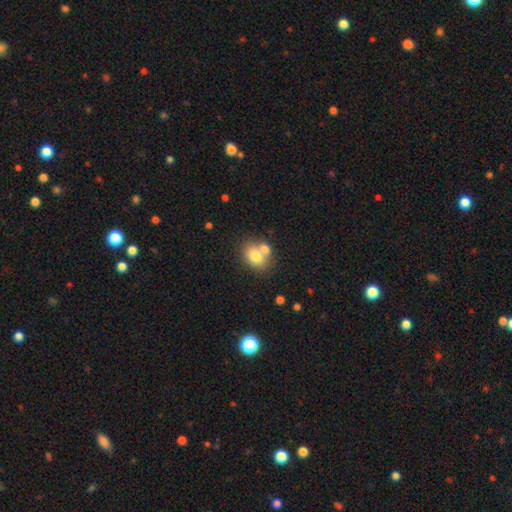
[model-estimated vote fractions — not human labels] A smooth galaxy with no disk features (75%) that is in between round and cigar-shaped (62%).

Vote fractions:
- Smooth or featured? smooth: 75% / featured or disk: 16% / star or artifact: 9%
- How rounded? in between: 62% / round: 37% / cigar-shaped: 1%
- Merging? none: 45% / merger: 41% / minor disturbance: 10% / major disturbance: 3%